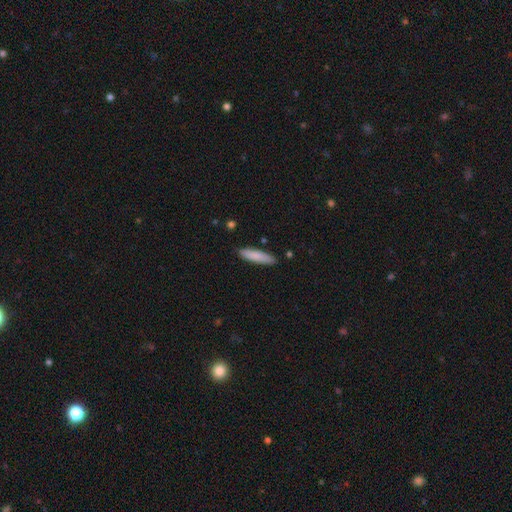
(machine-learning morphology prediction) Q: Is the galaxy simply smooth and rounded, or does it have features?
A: smooth — 85%.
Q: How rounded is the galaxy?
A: cigar-shaped — 74%.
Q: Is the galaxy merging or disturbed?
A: none — 86%.